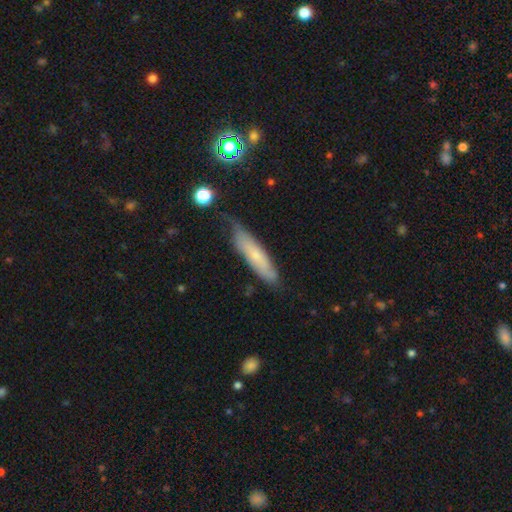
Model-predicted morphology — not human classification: This is possibly a smooth galaxy (56%). How rounded: likely cigar-shaped (76%). Merging: likely none (60%).